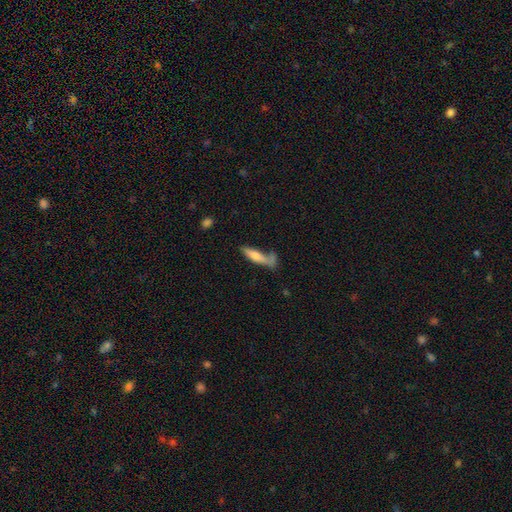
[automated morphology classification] smooth 61%, featured or disk 31%, star or artifact 8%. Down the decision tree: how rounded — cigar-shaped (74%); merging — none (48%).